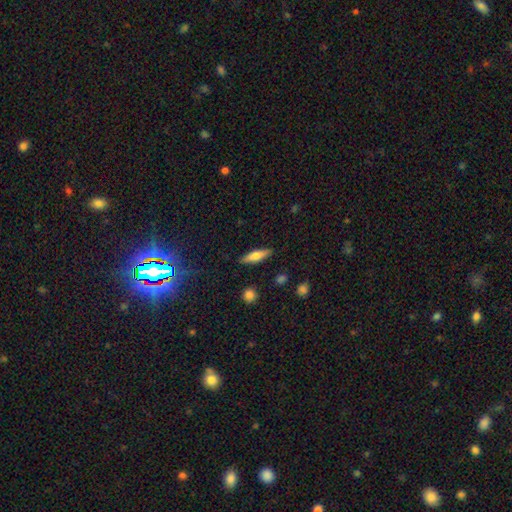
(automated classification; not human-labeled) This appears to be a smooth galaxy with no disk features (64%) that is cigar-shaped (64%). Merging: none (87%).